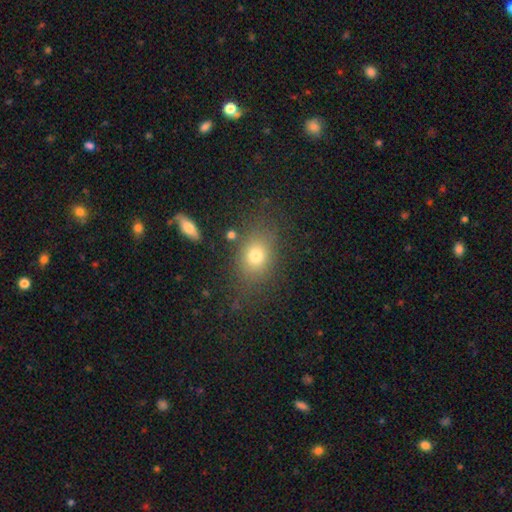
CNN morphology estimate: The model was most divided on "how rounded": in between: 61%, round: 38%, cigar-shaped: 2%. More confident: merging — none (76%); smooth or featured — smooth (74%).